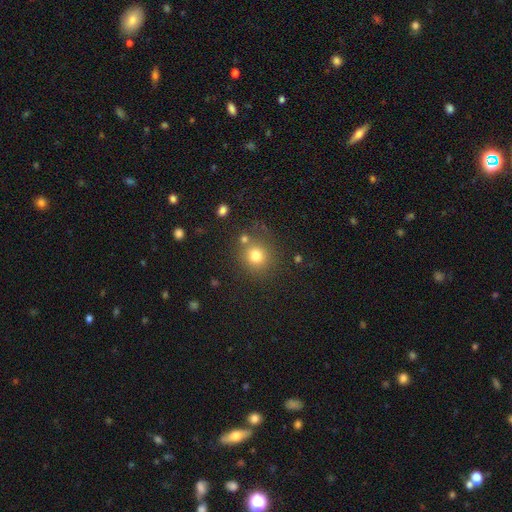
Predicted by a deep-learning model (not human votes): This is likely a smooth galaxy (77%). How rounded: clearly round (87%). Merging: likely none (73%).